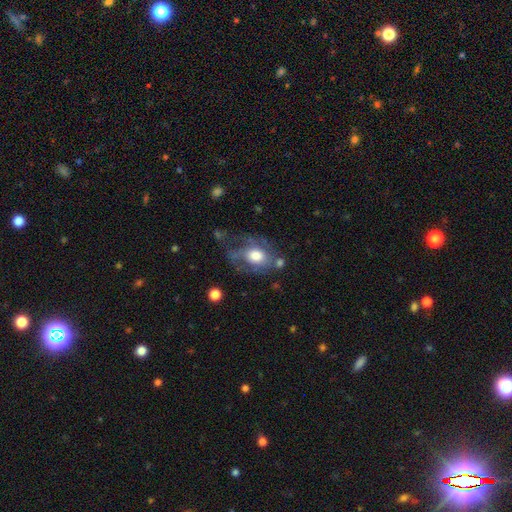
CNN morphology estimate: Overall: smooth (47%; featured or disk 45%). Merging: none (36%; major disturbance 32%).